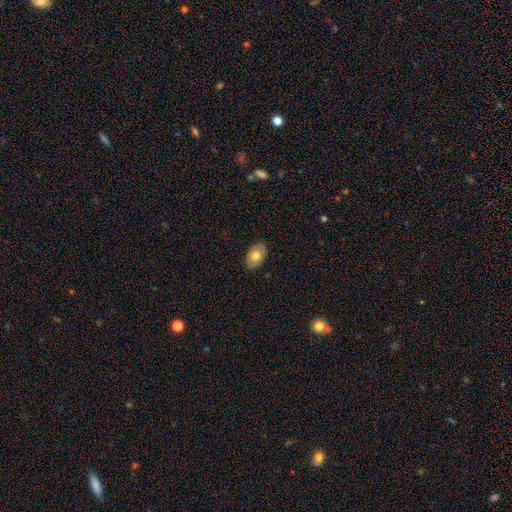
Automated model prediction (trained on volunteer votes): This is likely a smooth galaxy (68%). How rounded: clearly in between (90%). Merging: clearly none (86%).